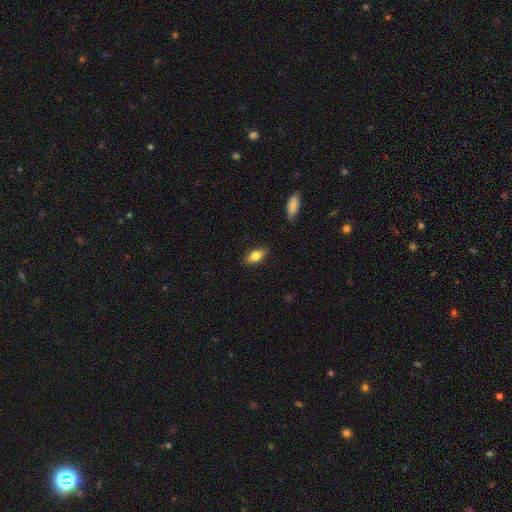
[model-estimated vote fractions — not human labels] A smooth galaxy with no disk features (77%) that is in between round and cigar-shaped (85%).

Vote fractions:
- Smooth or featured? smooth: 77% / featured or disk: 15% / star or artifact: 7%
- How rounded? in between: 85% / cigar-shaped: 11% / round: 4%
- Merging? none: 85% / minor disturbance: 11% / major disturbance: 2% / merger: 1%